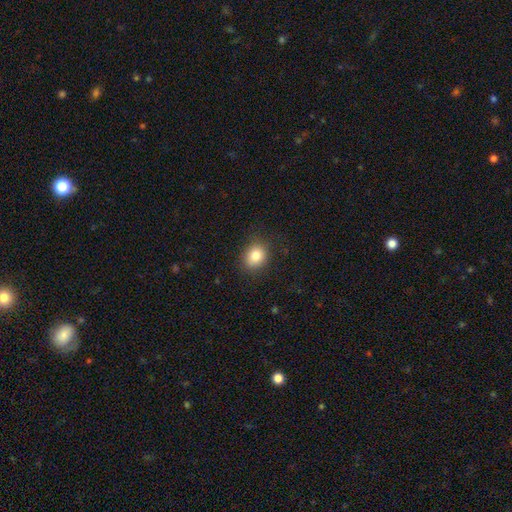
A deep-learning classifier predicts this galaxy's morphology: Smooth or featured? Predicted: smooth (p=0.83). How rounded? Predicted: round (p=0.55). Merging? Predicted: none (p=0.86).